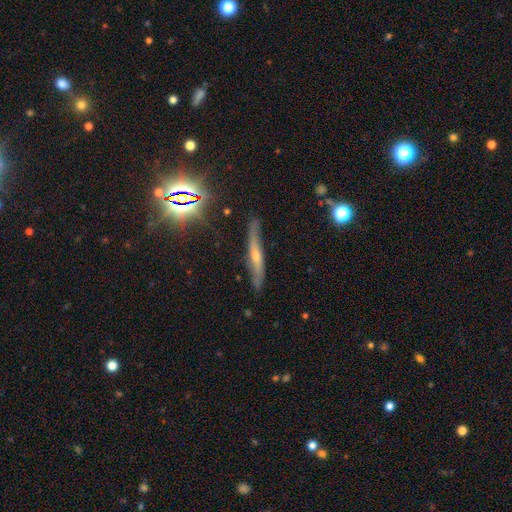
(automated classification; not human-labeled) Smooth or featured?
  - featured or disk: 58% *
  - smooth: 28%
  - star or artifact: 14%
Edge-on disk?
  - yes: 81% *
  - no: 19%
Merging?
  - none: 76% *
  - minor disturbance: 18%
  - major disturbance: 4%
  - merger: 2%